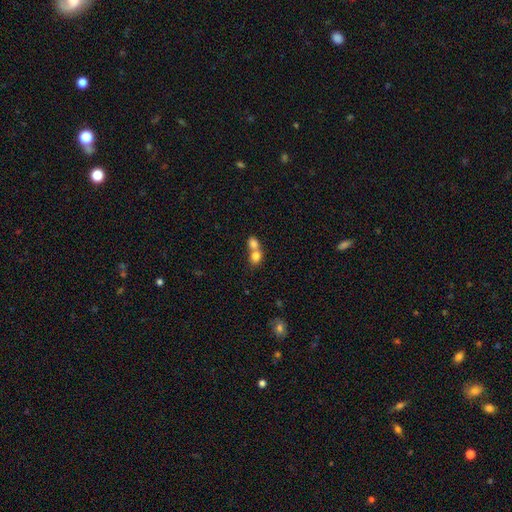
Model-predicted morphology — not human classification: type=smooth (78%); roundness=round (59%); merging=merger (68%).